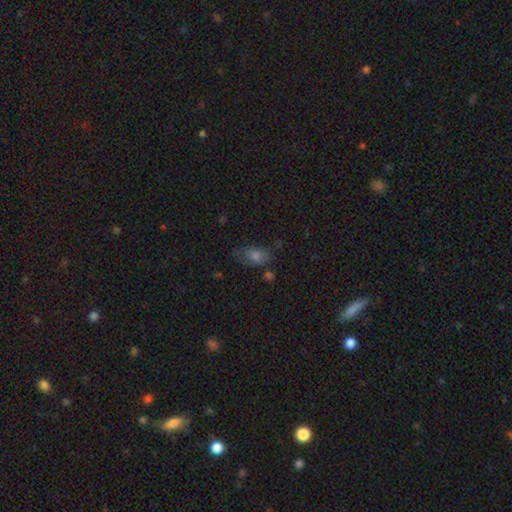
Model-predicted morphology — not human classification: Q: Smooth or featured?
A: smooth (69%); runner-up: star or artifact (20%)
Q: How rounded?
A: in between (80%); runner-up: round (17%)
Q: Merging?
A: none (63%); runner-up: minor disturbance (24%)